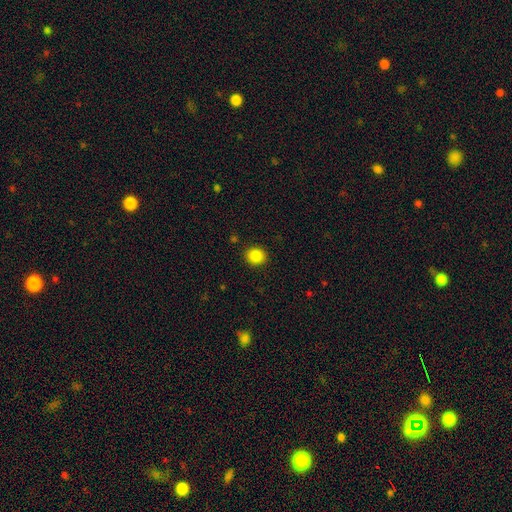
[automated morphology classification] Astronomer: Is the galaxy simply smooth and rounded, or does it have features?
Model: smooth — 85%.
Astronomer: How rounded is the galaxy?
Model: round — 80%.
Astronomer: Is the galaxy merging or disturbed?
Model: none — 90%.